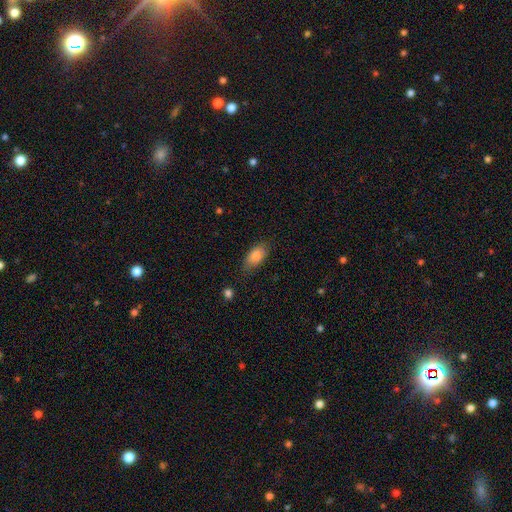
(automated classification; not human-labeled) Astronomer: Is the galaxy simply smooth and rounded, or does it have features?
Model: smooth — 83%.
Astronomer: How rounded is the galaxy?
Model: in between — 89%.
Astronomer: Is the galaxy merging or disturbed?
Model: none — 77%.